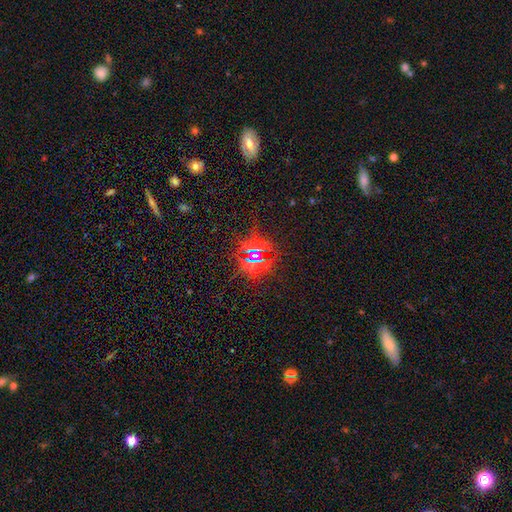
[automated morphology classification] smooth-or-featured: star or artifact: 80% | smooth: 11% | featured or disk: 9%